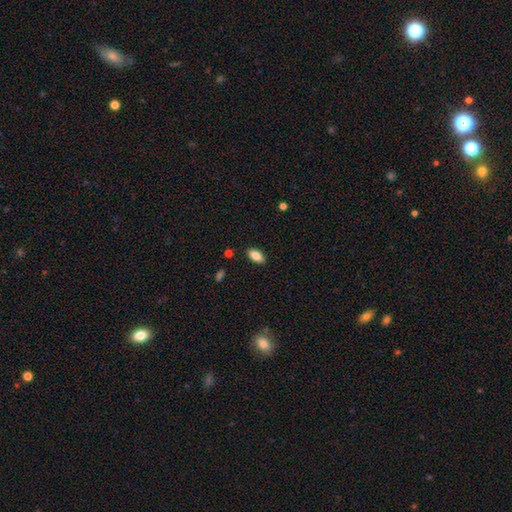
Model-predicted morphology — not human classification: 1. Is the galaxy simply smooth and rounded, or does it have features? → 81% smooth, 11% featured or disk, 8% star or artifact.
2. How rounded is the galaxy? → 90% in between, 7% cigar-shaped, 3% round.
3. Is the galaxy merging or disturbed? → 88% none, 9% minor disturbance, 2% major disturbance, 1% merger.